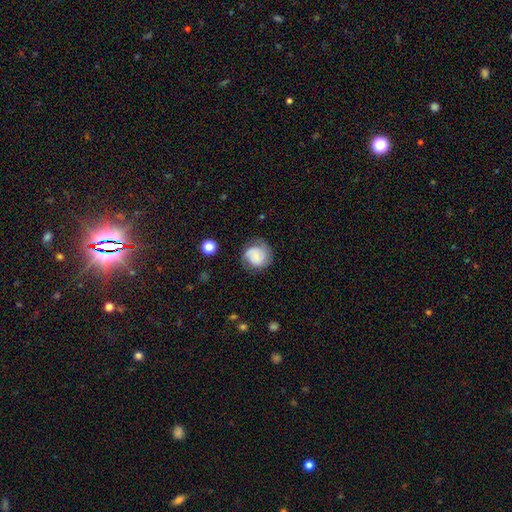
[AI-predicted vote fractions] Q: Smooth or featured?
A: smooth (48%); runner-up: featured or disk (44%)
Q: Merging?
A: none (66%); runner-up: minor disturbance (22%)